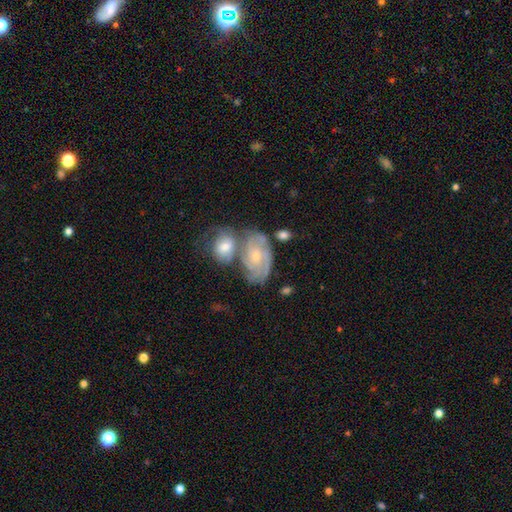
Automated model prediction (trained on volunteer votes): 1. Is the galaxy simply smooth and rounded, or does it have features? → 74% featured or disk, 17% smooth, 8% star or artifact.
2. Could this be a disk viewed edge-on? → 96% no, 4% yes.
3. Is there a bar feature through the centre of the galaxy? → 67% no, 27% weak, 6% strong.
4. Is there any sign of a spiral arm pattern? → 91% yes, 9% no.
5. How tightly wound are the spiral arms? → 64% tight, 29% medium, 7% loose.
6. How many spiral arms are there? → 37% can't tell, 26% 2, 21% 3, 7% 4, 5% 1, 4% more than 4.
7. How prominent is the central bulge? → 54% small, 40% moderate, 3% none, 2% large, 1% dominant.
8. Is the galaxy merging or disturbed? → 40% none (tied), 40% merger (tied), 14% minor disturbance, 7% major disturbance.